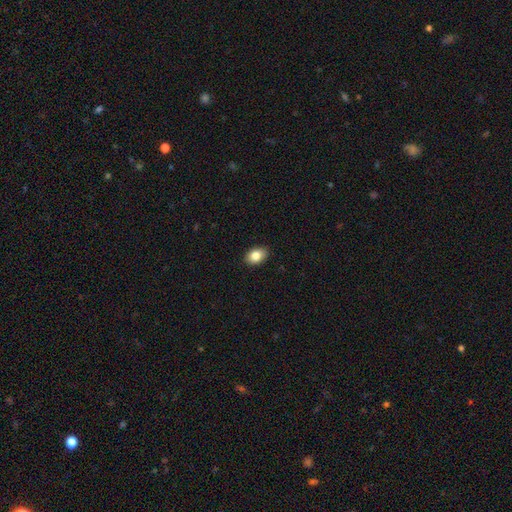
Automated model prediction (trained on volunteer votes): Overall: smooth (84%). How rounded: in between (81%). Merging: none (89%).